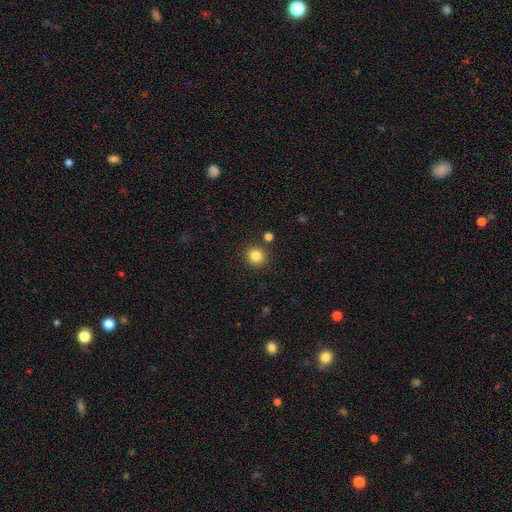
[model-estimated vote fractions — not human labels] smooth_or_featured: smooth (p=0.84) [alt: star or artifact p=0.11]
how_rounded: round (p=0.89) [alt: in between p=0.10]
merging: none (p=0.87) [alt: minor disturbance p=0.06]